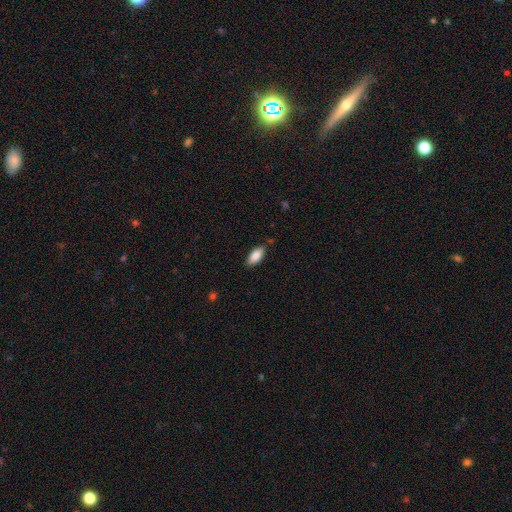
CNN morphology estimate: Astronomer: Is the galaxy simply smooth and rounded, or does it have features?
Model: smooth — 87%.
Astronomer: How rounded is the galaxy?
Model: in between — 89%.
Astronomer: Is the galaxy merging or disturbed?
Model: none — 83%.